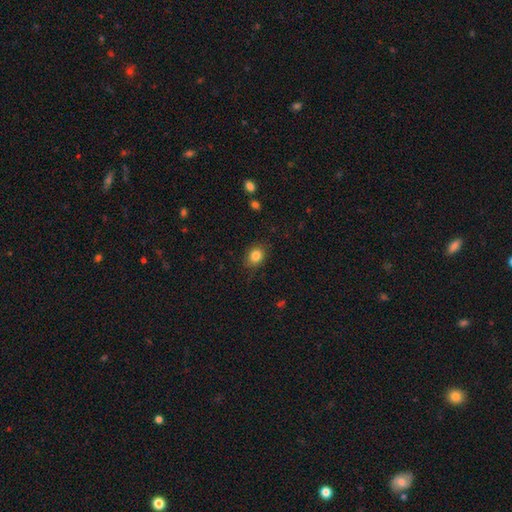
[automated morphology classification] smooth_or_featured: smooth (p=0.84) [alt: star or artifact p=0.10]
how_rounded: round (p=0.56) [alt: in between p=0.43]
merging: none (p=0.81) [alt: minor disturbance p=0.14]